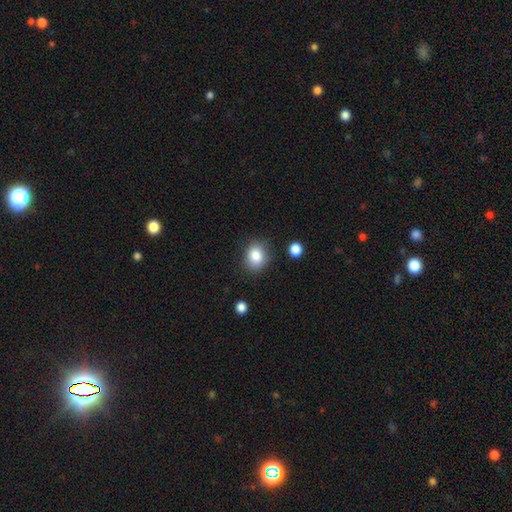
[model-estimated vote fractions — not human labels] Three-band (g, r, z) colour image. It shows a smooth galaxy with no disk features (85%) that is round (56%). Merging: none (80%).